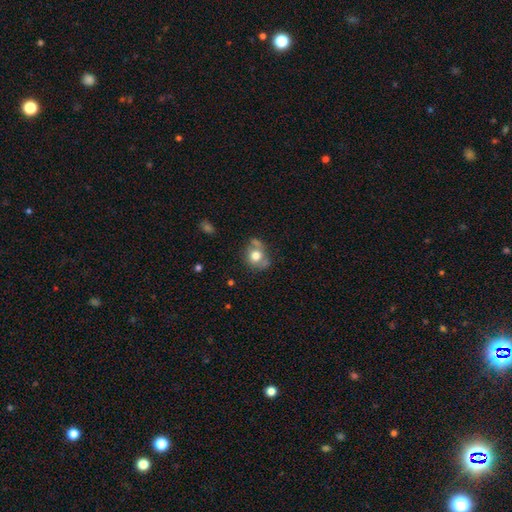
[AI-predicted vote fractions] Smooth or featured: smooth — 71% (featured or disk — 19%)
How rounded: round — 68% (in between — 31%)
Merging: none — 50% (minor disturbance — 24%)